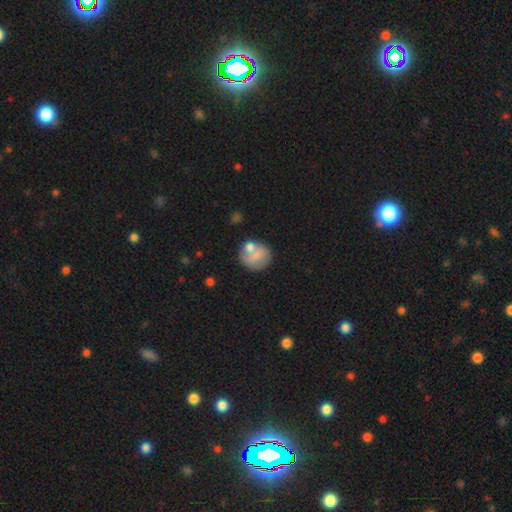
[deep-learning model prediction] Smooth or featured? smooth (70%)
How rounded? round (82%)
Merging? none (56%)